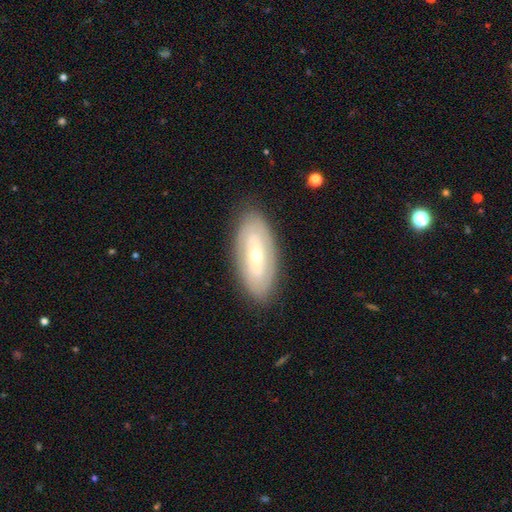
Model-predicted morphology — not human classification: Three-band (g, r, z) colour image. It shows a featured or disk galaxy (63%) with no bar (76%), no spiral arms (58%) and a small central bulge (56%). Merging: none (84%).